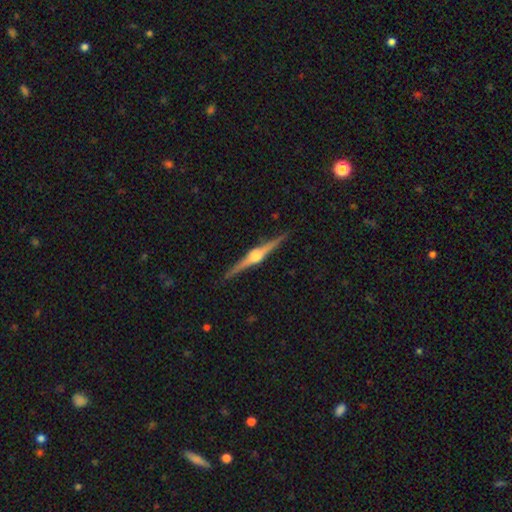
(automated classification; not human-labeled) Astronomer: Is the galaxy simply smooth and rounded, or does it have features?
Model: featured or disk — 87%.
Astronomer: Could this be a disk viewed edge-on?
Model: yes — 99%.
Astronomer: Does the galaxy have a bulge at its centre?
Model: rounded — 94%.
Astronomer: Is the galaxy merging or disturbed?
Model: none — 91%.